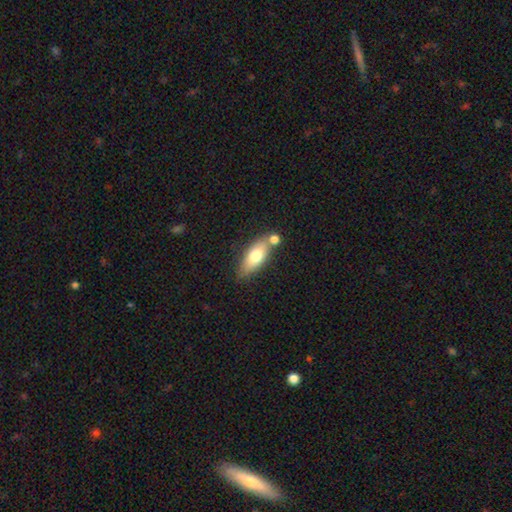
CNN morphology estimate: smooth-or-featured: smooth: 70% | featured or disk: 23% | star or artifact: 6%
  how-rounded: in between: 74% | cigar-shaped: 23% | round: 3%
  merging: none: 60% | merger: 23% | minor disturbance: 14% | major disturbance: 3%